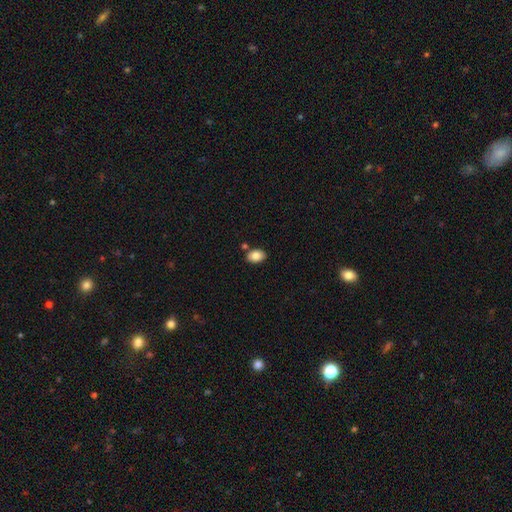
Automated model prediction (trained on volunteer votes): A smooth galaxy with no disk features (85%) that is in between round and cigar-shaped (83%). Merging: none (80%).